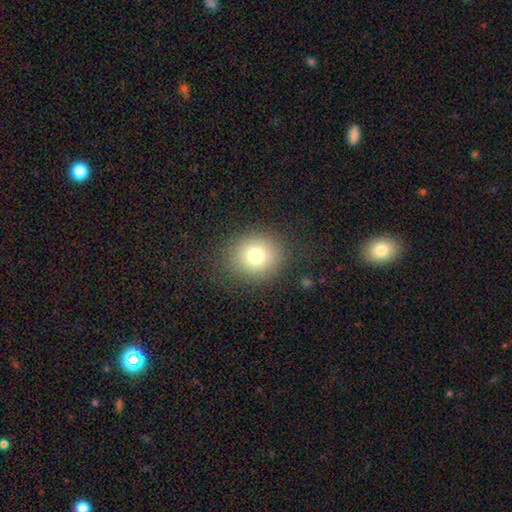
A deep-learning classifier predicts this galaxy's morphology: A smooth galaxy with no disk features (76%) that is round (81%).

Vote fractions:
- Smooth or featured? smooth: 76% / star or artifact: 13% / featured or disk: 11%
- How rounded? round: 81% / in between: 18% / cigar-shaped: 1%
- Merging? none: 85% / minor disturbance: 10% / major disturbance: 5% / merger: 1%